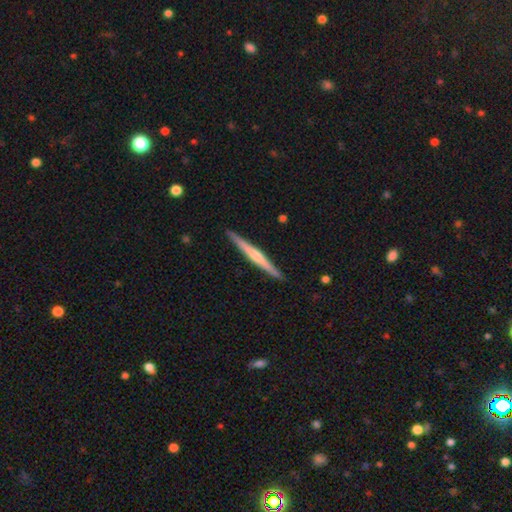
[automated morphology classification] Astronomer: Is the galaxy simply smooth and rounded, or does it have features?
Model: featured or disk — 60% (runner-up: smooth, 35%).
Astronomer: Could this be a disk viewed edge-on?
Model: yes — 98%.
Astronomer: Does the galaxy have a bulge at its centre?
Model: rounded — 50% (runner-up: none, 38%).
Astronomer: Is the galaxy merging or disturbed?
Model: none — 91%.